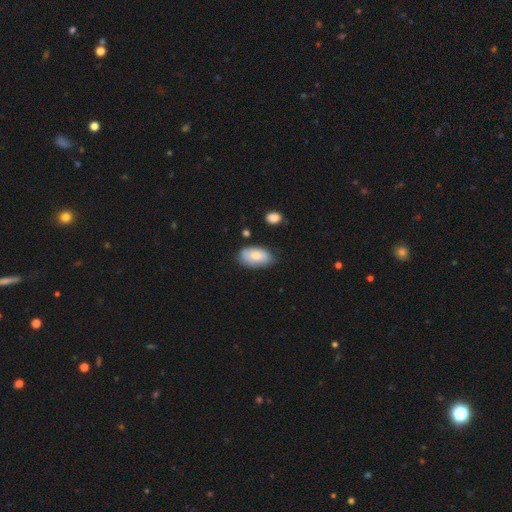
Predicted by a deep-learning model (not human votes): Smooth or featured?
  - smooth: 74% *
  - featured or disk: 19%
  - star or artifact: 7%
How rounded?
  - in between: 93% *
  - round: 5%
  - cigar-shaped: 2%
Merging?
  - none: 70% *
  - minor disturbance: 23%
  - major disturbance: 4%
  - merger: 3%